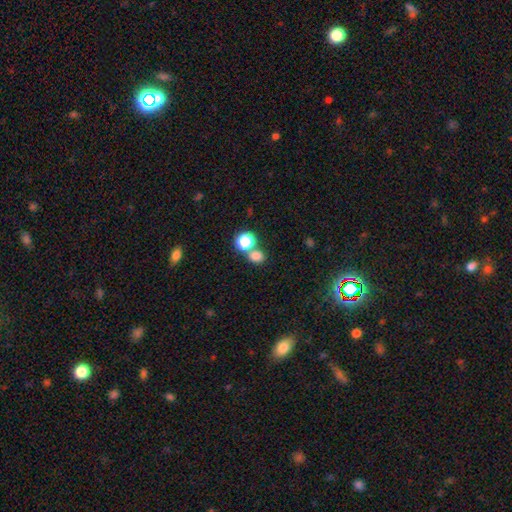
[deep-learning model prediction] smooth 77%, star or artifact 17%, featured or disk 7%. Down the decision tree: how rounded — round (64%); merging — none (56%).